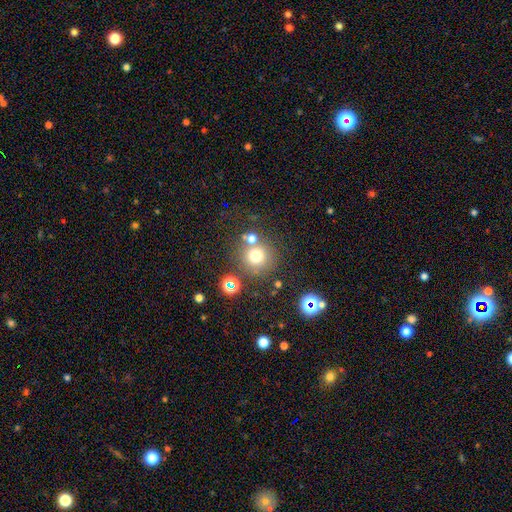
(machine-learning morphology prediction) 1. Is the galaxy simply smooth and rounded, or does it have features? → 70% smooth, 19% star or artifact, 11% featured or disk.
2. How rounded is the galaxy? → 93% round, 6% in between, 1% cigar-shaped.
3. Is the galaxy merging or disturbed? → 72% none, 14% merger, 9% minor disturbance, 5% major disturbance.